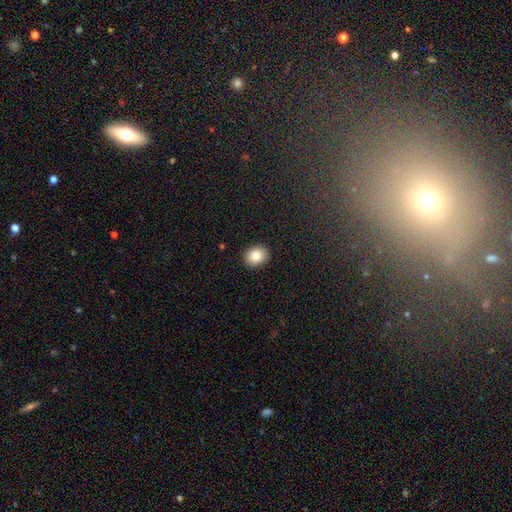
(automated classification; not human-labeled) Smooth or featured? Predicted: smooth (p=0.84). How rounded? Predicted: round (p=0.59). Merging? Predicted: none (p=0.91).